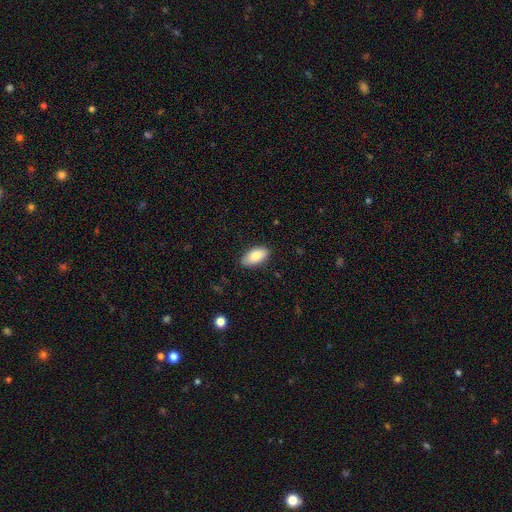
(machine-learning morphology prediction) Smooth or featured? smooth (83%)
How rounded? in between (92%)
Merging? none (86%)